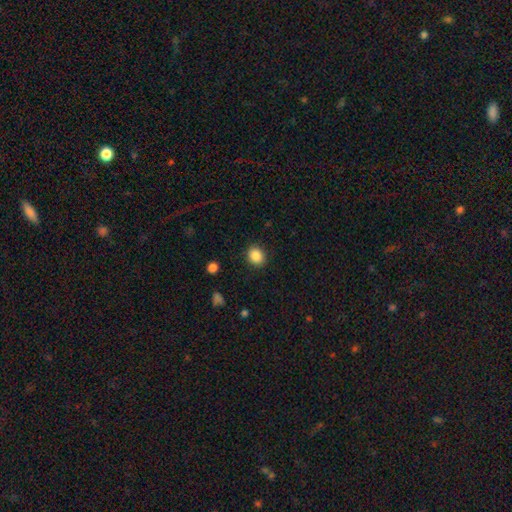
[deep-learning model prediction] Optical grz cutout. It shows a smooth galaxy with no disk features (88%) that is round (64%). Merging: none (89%).